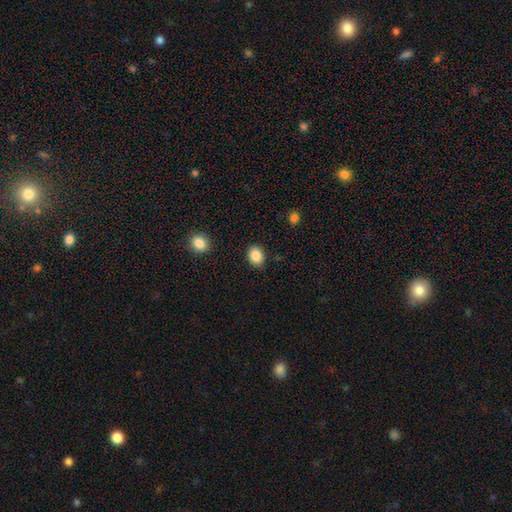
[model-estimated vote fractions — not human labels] A smooth galaxy with no disk features (86%) that is in between round and cigar-shaped (56%).

Vote fractions:
- Smooth or featured? smooth: 86% / star or artifact: 9% / featured or disk: 5%
- How rounded? in between: 56% / round: 44% / cigar-shaped: 1%
- Merging? none: 87% / minor disturbance: 9% / major disturbance: 2% / merger: 2%